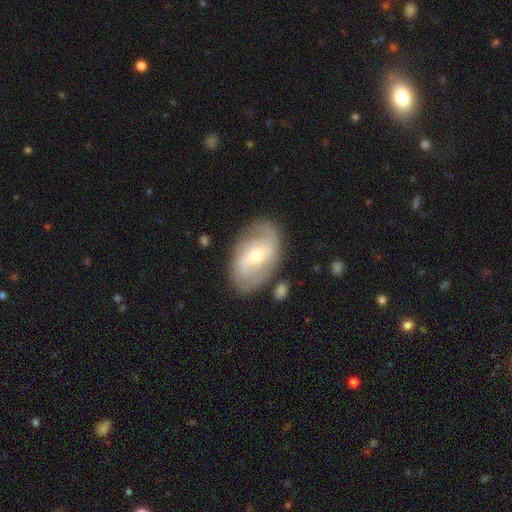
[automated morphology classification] This is likely a featured or disk galaxy (77%). It is clearly not viewed edge-on (96%). Bar: marginally weak (43%). Spiral arm pattern: clearly yes (88%). Spiral arm count: likely 2 (79%). Spiral winding: marginally medium (44%). Central bulge: possibly small (50%). Merging: likely none (77%).